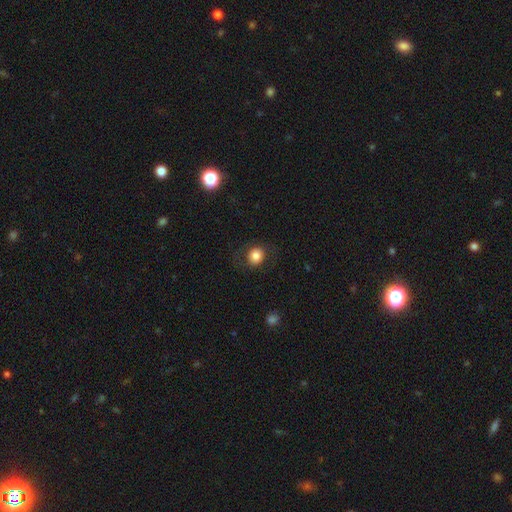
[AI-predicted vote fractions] A smooth galaxy with no disk features (81%) that is round (77%).

Vote fractions:
- Smooth or featured? smooth: 81% / featured or disk: 9% / star or artifact: 9%
- How rounded? round: 77% / in between: 22% / cigar-shaped: 1%
- Merging? none: 83% / minor disturbance: 10% / major disturbance: 5% / merger: 1%